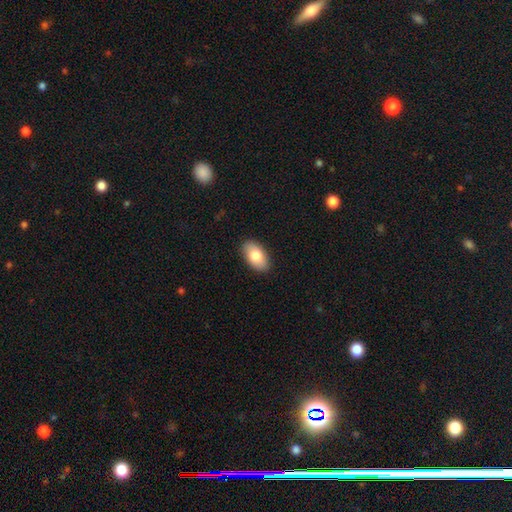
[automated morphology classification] This appears to be a smooth galaxy with no disk features (81%) that is in between round and cigar-shaped (94%). Merging: none (89%).